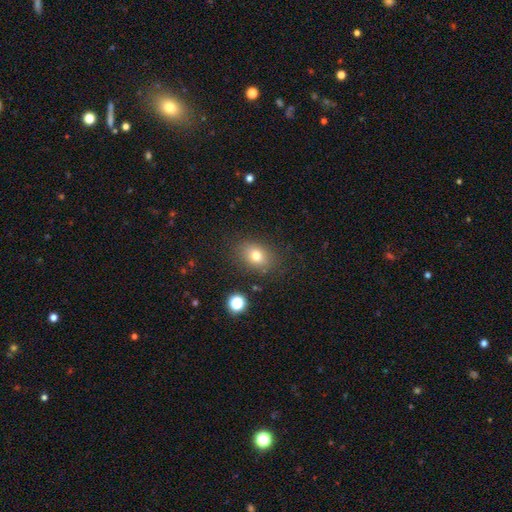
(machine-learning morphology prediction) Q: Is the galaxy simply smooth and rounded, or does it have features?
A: smooth — 76%.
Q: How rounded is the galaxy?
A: in between — 65%.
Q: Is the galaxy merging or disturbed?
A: none — 82%.